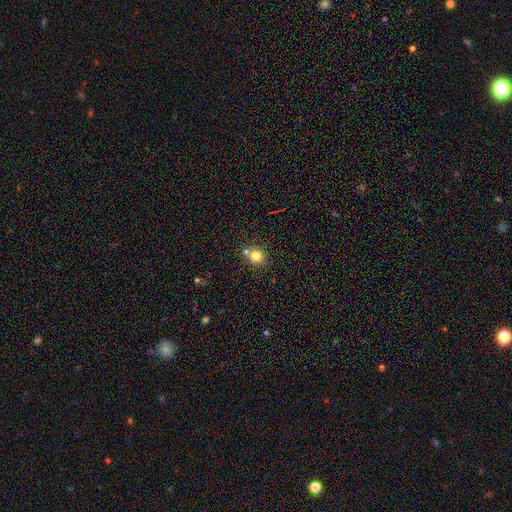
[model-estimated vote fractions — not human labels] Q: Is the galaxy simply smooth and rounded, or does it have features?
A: smooth — 77%.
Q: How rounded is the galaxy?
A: round — 86%.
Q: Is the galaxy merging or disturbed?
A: none — 66%.